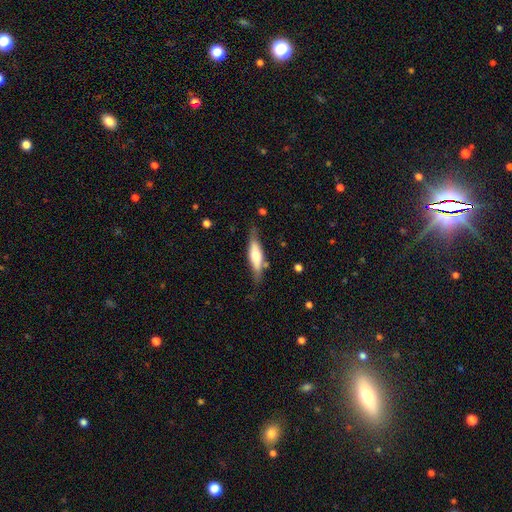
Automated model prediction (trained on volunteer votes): Q: Smooth or featured?
A: featured or disk (48%); runner-up: smooth (46%)
Q: Merging?
A: none (72%); runner-up: minor disturbance (19%)